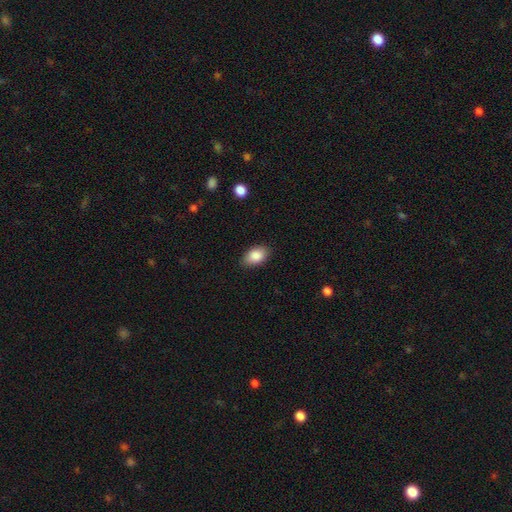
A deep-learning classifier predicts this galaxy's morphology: Smooth or featured? smooth (87%)
How rounded? in between (89%)
Merging? none (86%)